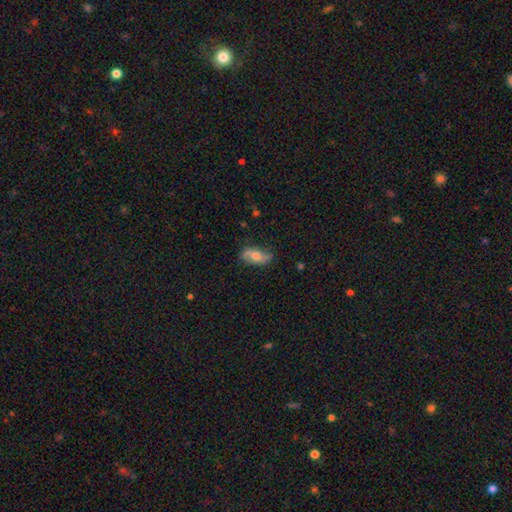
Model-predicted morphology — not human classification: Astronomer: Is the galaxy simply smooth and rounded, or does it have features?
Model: featured or disk — 51% (runner-up: smooth, 42%).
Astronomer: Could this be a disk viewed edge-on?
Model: no — 84%.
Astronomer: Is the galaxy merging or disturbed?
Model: none — 75%.